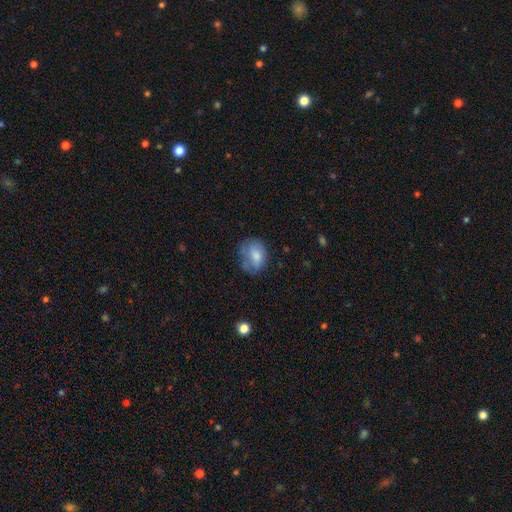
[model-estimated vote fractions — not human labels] Smooth or featured?
  - smooth: 72% *
  - featured or disk: 19%
  - star or artifact: 8%
How rounded?
  - in between: 63% *
  - round: 36%
  - cigar-shaped: 1%
Merging?
  - none: 49% *
  - minor disturbance: 30%
  - major disturbance: 17%
  - merger: 4%